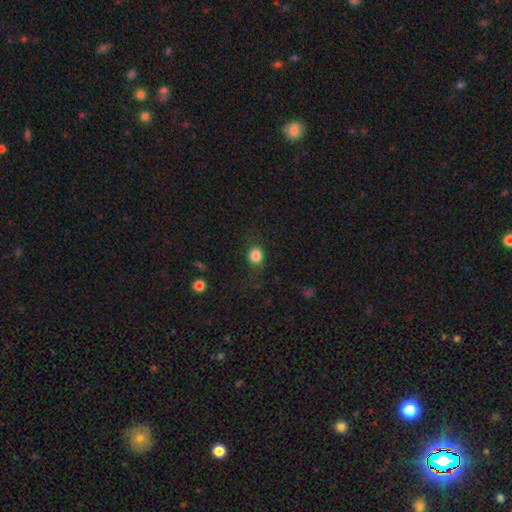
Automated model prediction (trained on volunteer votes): Overall: smooth (84%). How rounded: round (71%). Merging: none (76%).